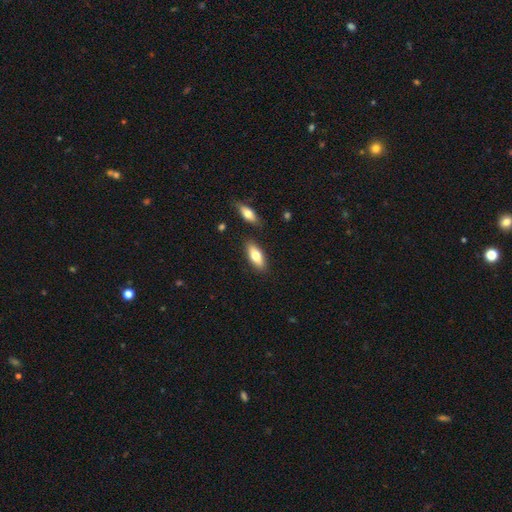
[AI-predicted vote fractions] This is likely a smooth galaxy (74%). How rounded: likely in between (76%). Merging: clearly none (84%).